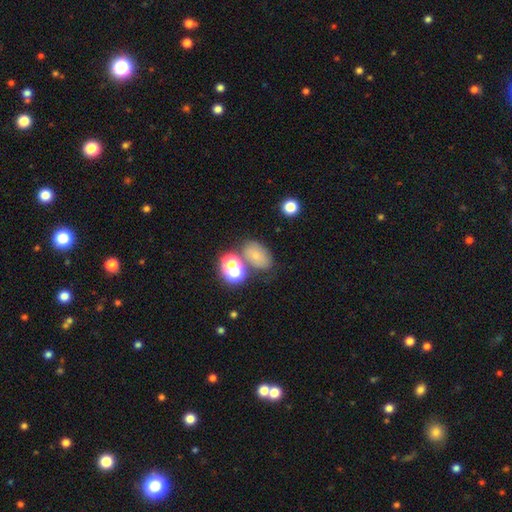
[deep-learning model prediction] Smooth or featured? smooth (64%)
How rounded? in between (76%)
Merging? none (51%)